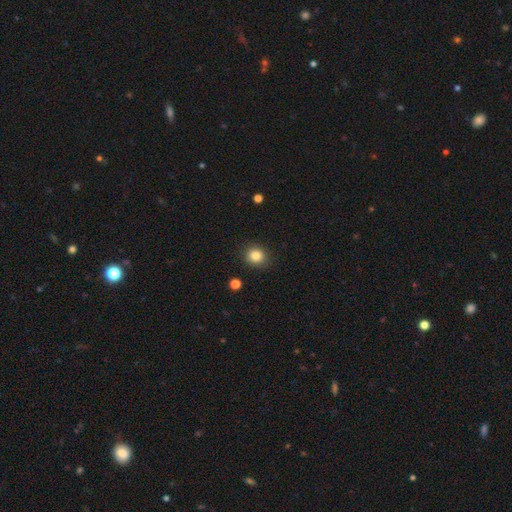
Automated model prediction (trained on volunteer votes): The model was most divided on "how rounded": round: 82%, in between: 17%, cigar-shaped: 1%. More confident: merging — none (89%); smooth or featured — smooth (84%).